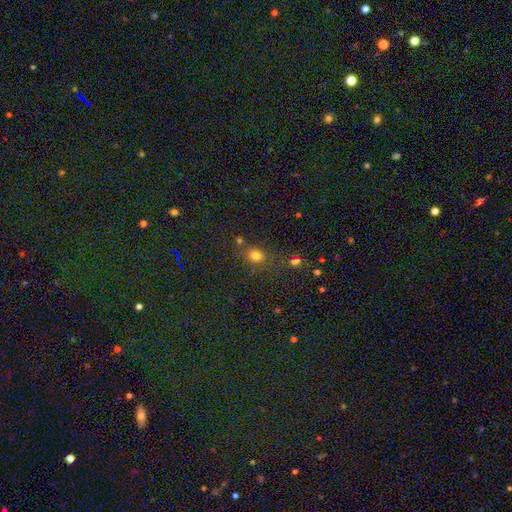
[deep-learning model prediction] smooth 74%, star or artifact 19%, featured or disk 7%. Down the decision tree: how rounded — round (70%); merging — none (70%).